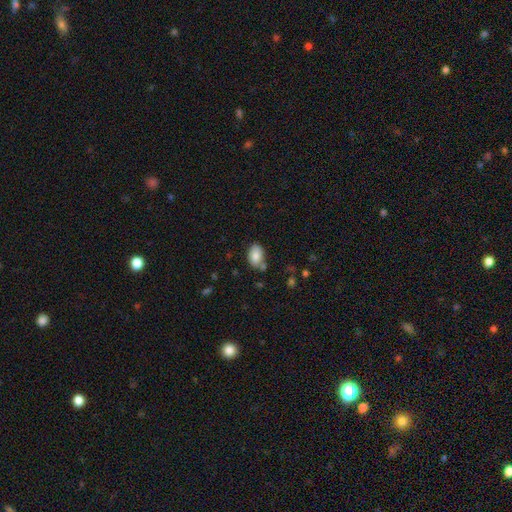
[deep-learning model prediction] Smooth or featured? Predicted: smooth (p=0.81). How rounded? Predicted: in between (p=0.87). Merging? Predicted: none (p=0.66).